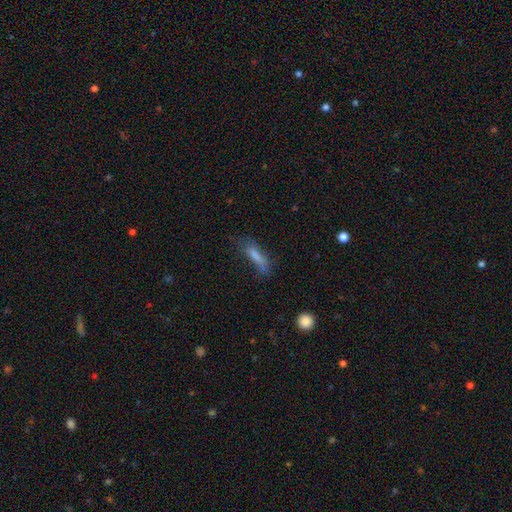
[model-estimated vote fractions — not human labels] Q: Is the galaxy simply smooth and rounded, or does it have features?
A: smooth — 64%.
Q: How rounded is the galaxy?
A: cigar-shaped — 67%.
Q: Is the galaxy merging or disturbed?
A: none — 46%.